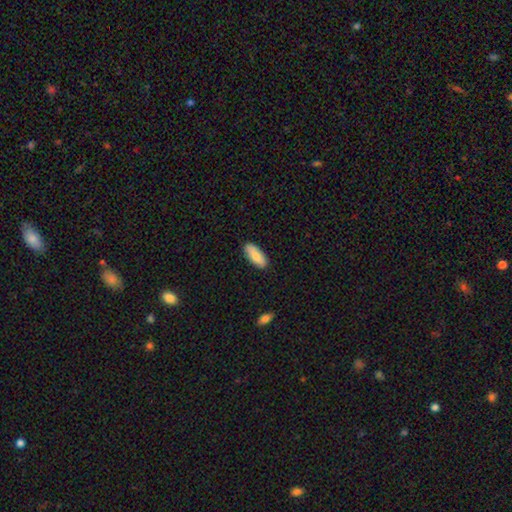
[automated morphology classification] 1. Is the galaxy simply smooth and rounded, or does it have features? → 80% smooth, 14% featured or disk, 6% star or artifact.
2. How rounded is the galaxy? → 79% in between, 19% cigar-shaped, 2% round.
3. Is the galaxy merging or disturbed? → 88% none, 9% minor disturbance, 2% major disturbance, 1% merger.